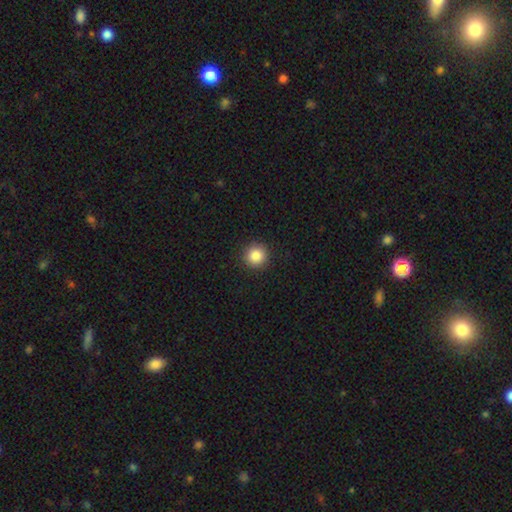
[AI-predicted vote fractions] Smooth or featured?
  - smooth: 86% *
  - star or artifact: 10%
  - featured or disk: 4%
How rounded?
  - round: 95% *
  - in between: 4%
  - cigar-shaped: 1%
Merging?
  - none: 92% *
  - minor disturbance: 5%
  - major disturbance: 2%
  - merger: 1%